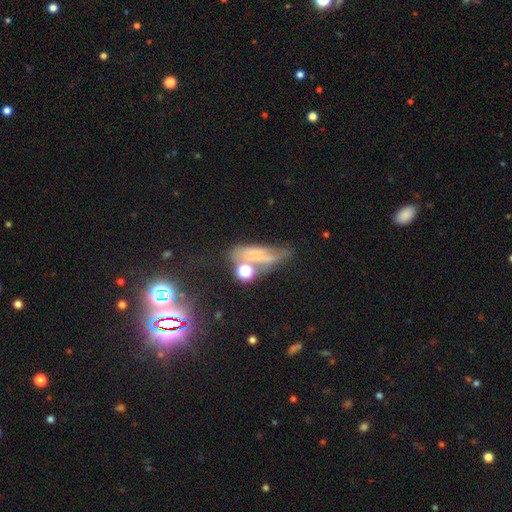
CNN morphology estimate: smooth-or-featured: smooth: 44% | featured or disk: 31% | star or artifact: 25%
  merging: none: 34% | minor disturbance: 25% | major disturbance: 23% | merger: 18%